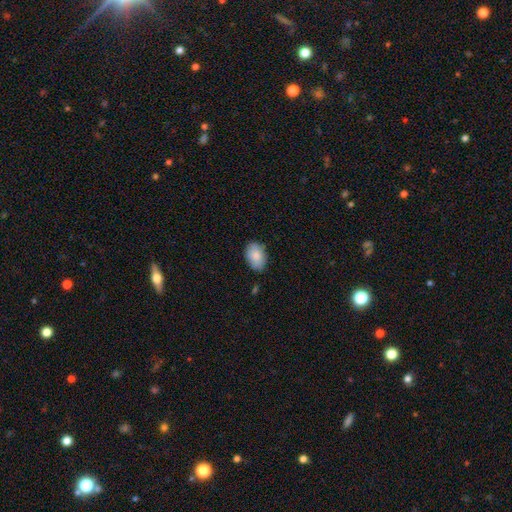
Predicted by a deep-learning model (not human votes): smooth_or_featured: smooth (p=0.85) [alt: featured or disk p=0.08]
how_rounded: in between (p=0.86) [alt: round p=0.13]
merging: none (p=0.78) [alt: minor disturbance p=0.17]